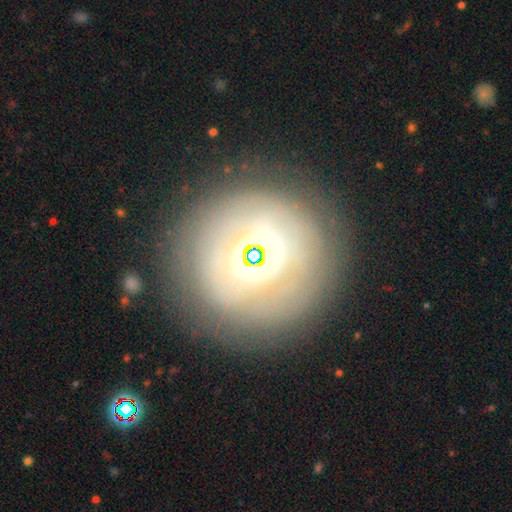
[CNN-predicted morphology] A featured or disk galaxy (51%).

Vote fractions:
- Smooth or featured? featured or disk: 51% / smooth: 35% / star or artifact: 15%
- Edge-on disk? no: 93% / yes: 7%
- Merging? none: 78% / minor disturbance: 13% / major disturbance: 7% / merger: 3%